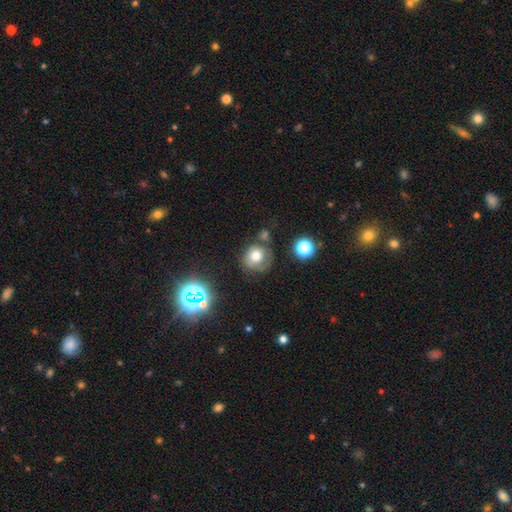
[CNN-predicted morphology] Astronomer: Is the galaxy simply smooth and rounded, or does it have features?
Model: smooth — 66%.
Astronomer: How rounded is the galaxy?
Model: round — 84%.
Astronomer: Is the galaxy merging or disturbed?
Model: none — 57%.